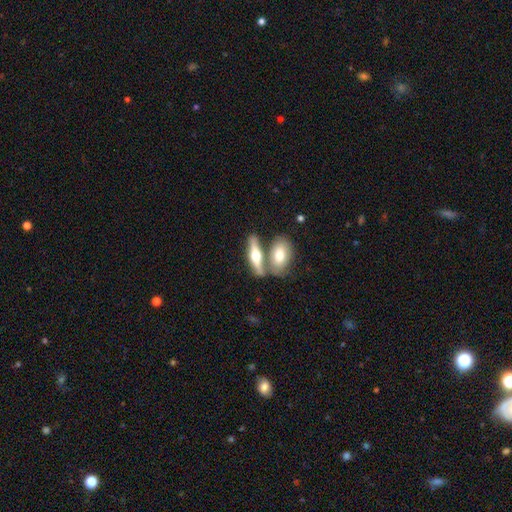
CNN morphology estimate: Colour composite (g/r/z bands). It shows a featured or disk galaxy (51%) viewed edge-on (85%). Merging: none (49%).